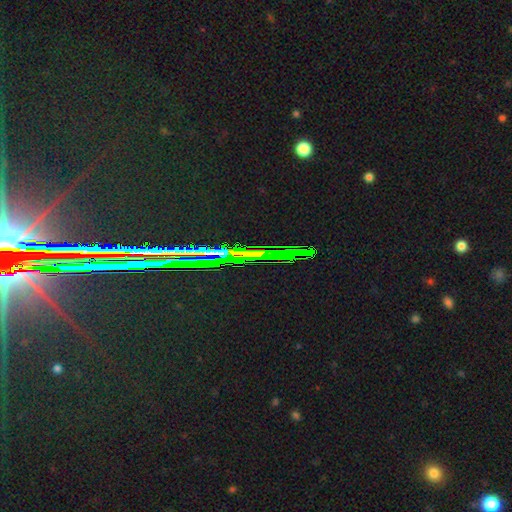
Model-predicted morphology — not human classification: This is clearly a star or artifact rather than a galaxy (83%).